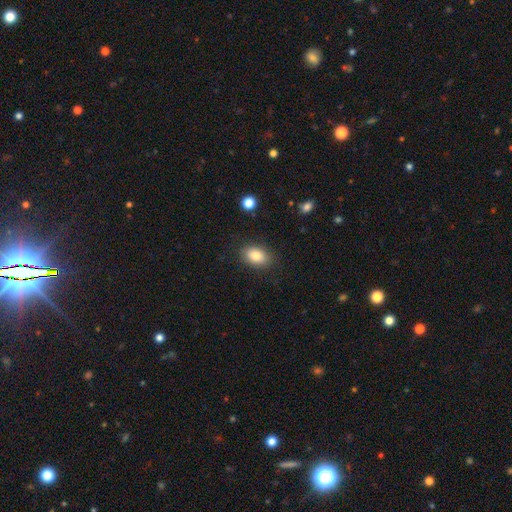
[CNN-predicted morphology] Smooth or featured? Predicted: smooth (p=0.84). How rounded? Predicted: in between (p=0.83). Merging? Predicted: none (p=0.86).